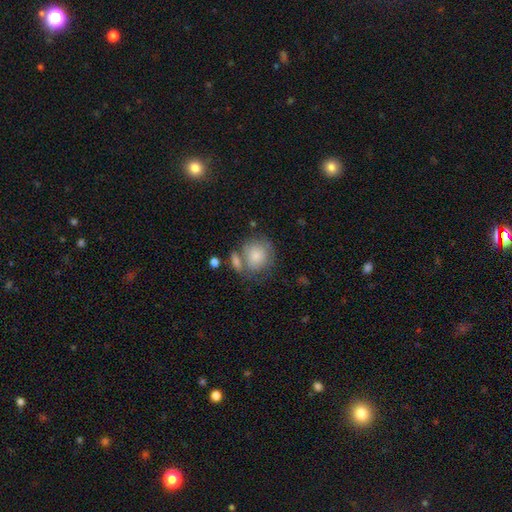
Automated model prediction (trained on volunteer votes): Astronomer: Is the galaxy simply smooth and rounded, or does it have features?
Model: smooth — 79%.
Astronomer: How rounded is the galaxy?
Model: round — 79%.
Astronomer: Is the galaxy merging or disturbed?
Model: none — 48% (runner-up: merger, 23%).